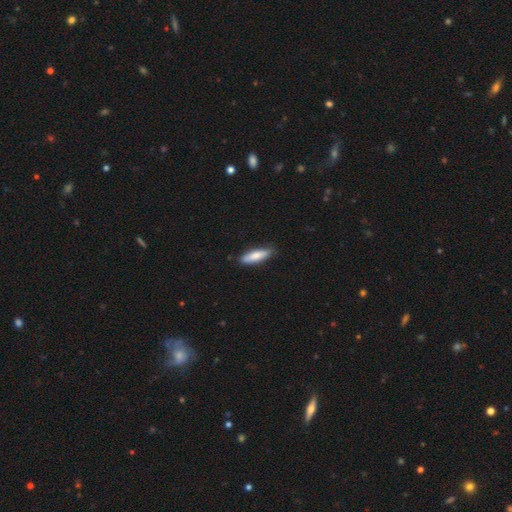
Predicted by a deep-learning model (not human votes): This appears to be a smooth galaxy with no disk features (78%) that is cigar-shaped (65%). Merging: none (84%).